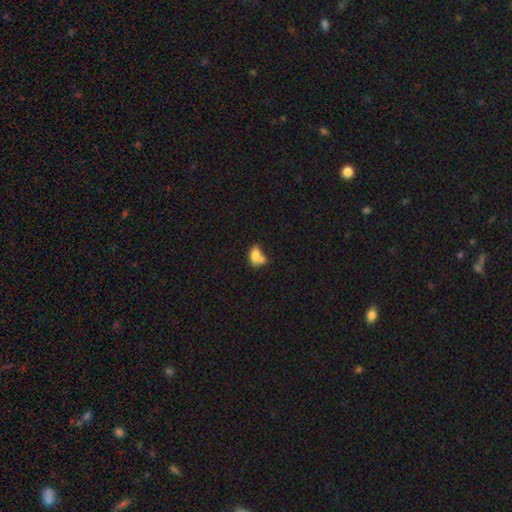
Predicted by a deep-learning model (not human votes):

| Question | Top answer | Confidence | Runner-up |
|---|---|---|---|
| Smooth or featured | smooth | 73% | featured or disk (17%) |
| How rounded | in between | 79% | round (18%) |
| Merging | merger | 49% | none (26%) |